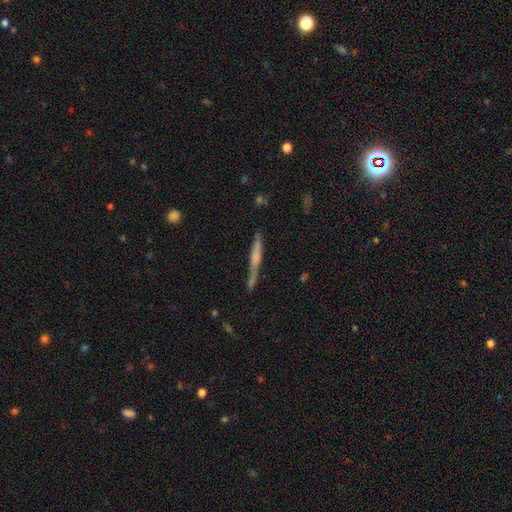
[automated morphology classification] Overall: featured or disk (51%; smooth 41%). Edge-on disk: yes (93%). Merging: none (67%).